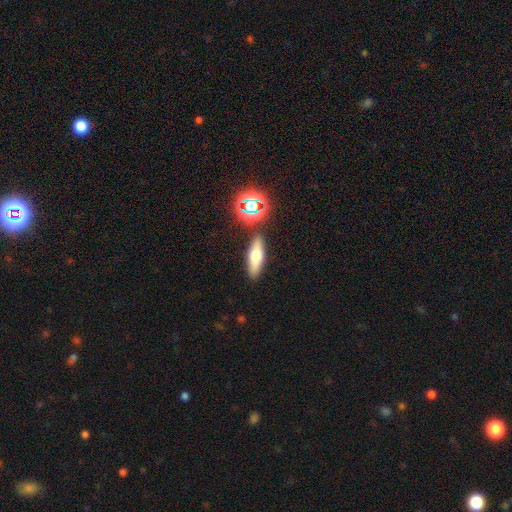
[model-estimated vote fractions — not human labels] The model was most divided on "how rounded": cigar-shaped: 52%, in between: 43%, round: 5%. More confident: merging — none (85%); smooth or featured — smooth (52%).